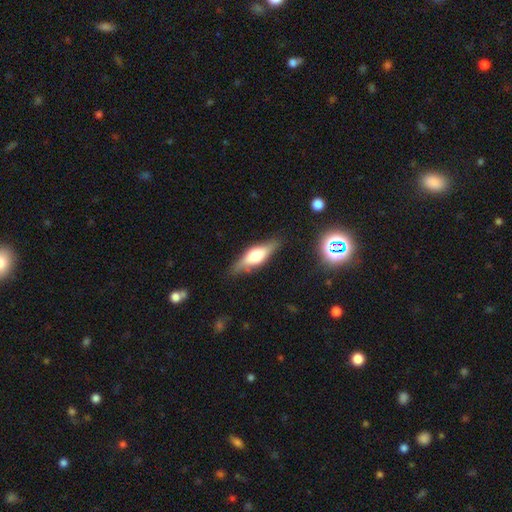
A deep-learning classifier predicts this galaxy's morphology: This appears to be a featured or disk galaxy (52%) viewed edge-on (91%). Merging: none (82%).